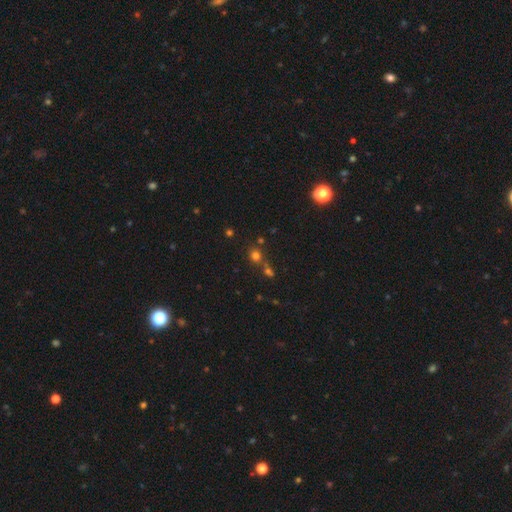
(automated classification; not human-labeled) smooth 67%, star or artifact 25%, featured or disk 7%. Down the decision tree: how rounded — round (88%); merging — none (65%).